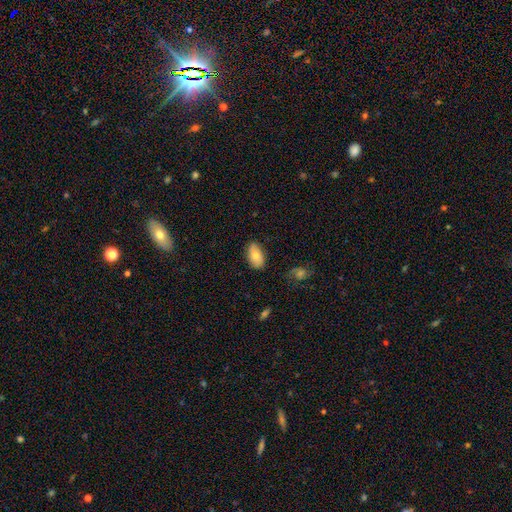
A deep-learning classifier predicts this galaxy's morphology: Smooth or featured?
  - smooth: 74% *
  - featured or disk: 18%
  - star or artifact: 7%
How rounded?
  - in between: 93% *
  - round: 4%
  - cigar-shaped: 2%
Merging?
  - none: 79% *
  - minor disturbance: 16%
  - major disturbance: 3%
  - merger: 2%